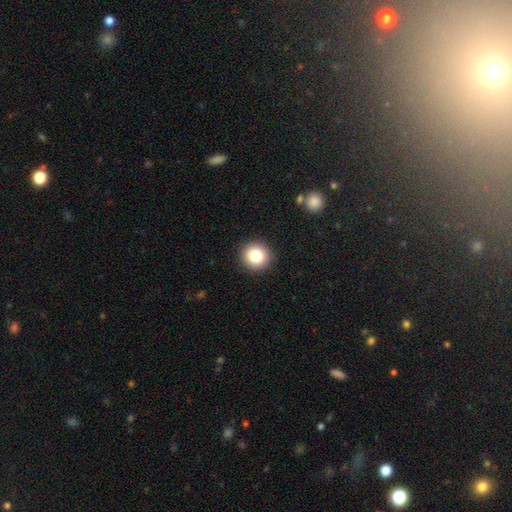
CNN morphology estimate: Smooth or featured? Predicted: smooth (p=0.83). How rounded? Predicted: round (p=0.94). Merging? Predicted: none (p=0.92).